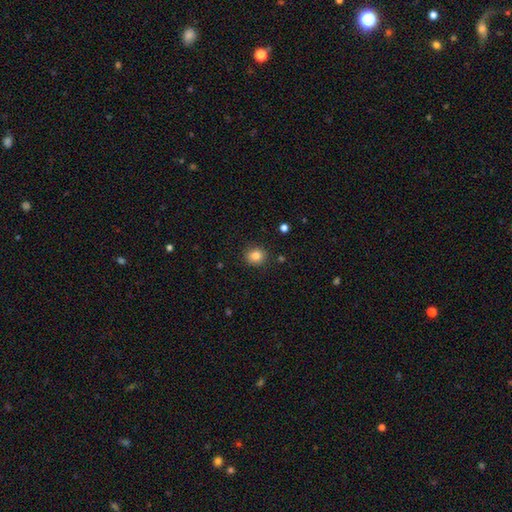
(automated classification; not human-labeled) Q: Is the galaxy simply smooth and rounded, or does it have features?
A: smooth — 83%.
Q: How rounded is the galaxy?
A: round — 79%.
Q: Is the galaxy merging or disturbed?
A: none — 88%.